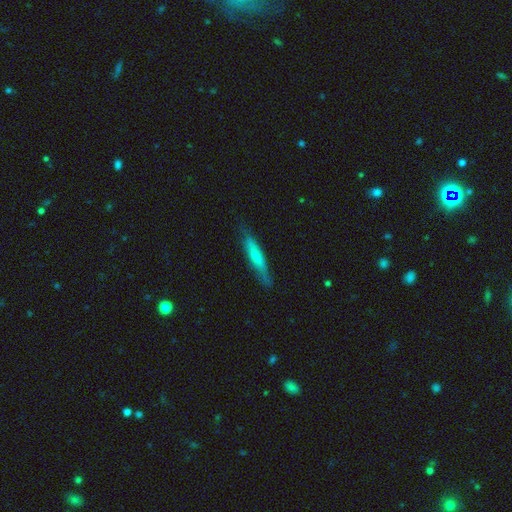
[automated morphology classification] This appears to be a smooth galaxy with no disk features (58%) that is cigar-shaped (90%). Merging: none (79%).